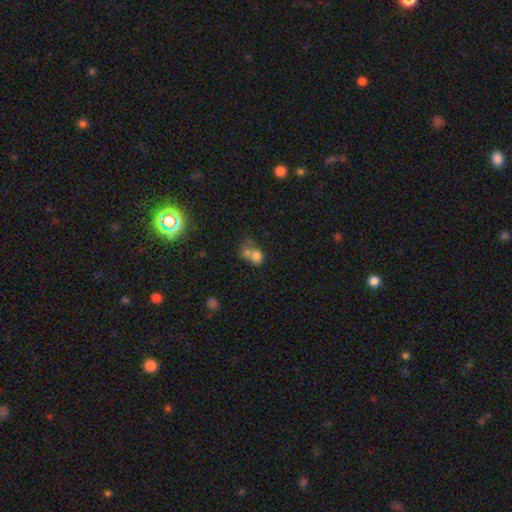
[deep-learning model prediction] Smooth or featured? Predicted: smooth (p=0.72). How rounded? Predicted: round (p=0.57). Merging? Predicted: merger (p=0.56).